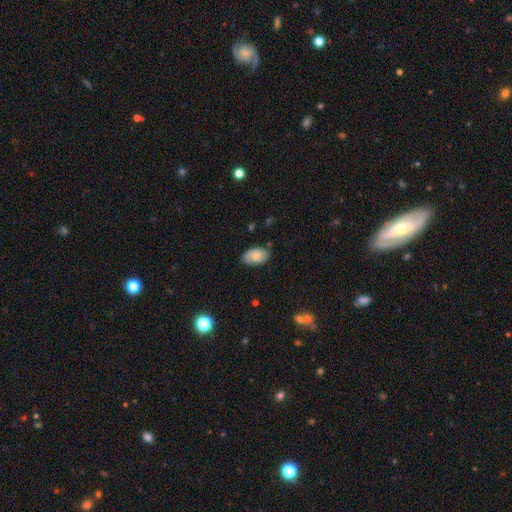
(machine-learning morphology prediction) Smooth or featured? smooth (72%)
How rounded? in between (92%)
Merging? none (75%)